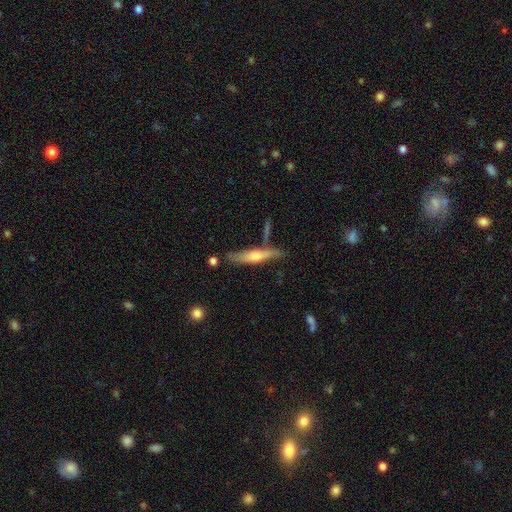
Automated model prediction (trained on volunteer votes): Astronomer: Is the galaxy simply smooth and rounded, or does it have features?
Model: featured or disk — 59% (runner-up: smooth, 35%).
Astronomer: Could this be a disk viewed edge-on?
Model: yes — 93%.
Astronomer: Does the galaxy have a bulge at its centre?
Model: rounded — 83%.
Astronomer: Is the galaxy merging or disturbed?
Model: none — 75%.